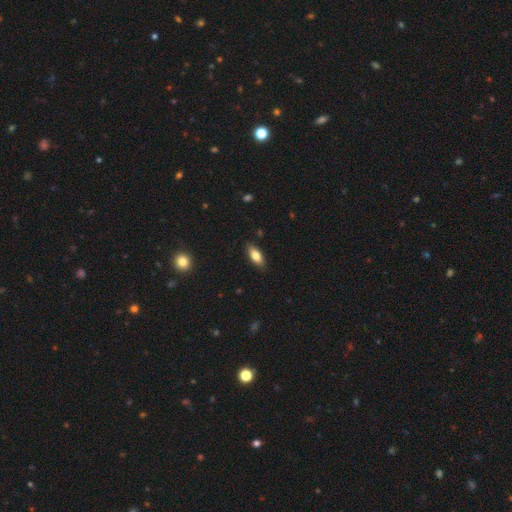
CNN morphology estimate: smooth-or-featured: smooth: 79% | featured or disk: 14% | star or artifact: 7%
  how-rounded: in between: 82% | cigar-shaped: 15% | round: 3%
  merging: none: 86% | minor disturbance: 10% | major disturbance: 2% | merger: 1%